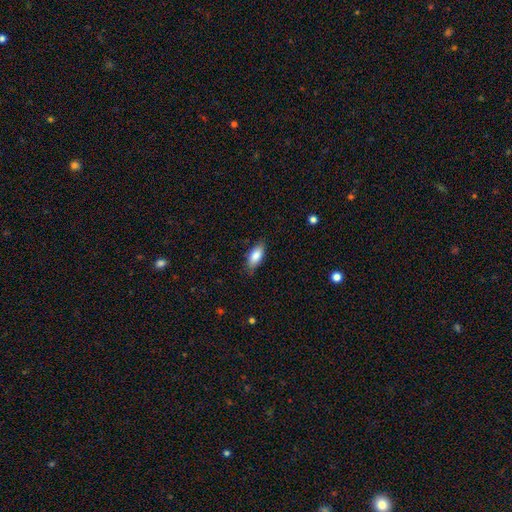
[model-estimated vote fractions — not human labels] smooth-or-featured: smooth: 84% | featured or disk: 10% | star or artifact: 6%
  how-rounded: in between: 85% | cigar-shaped: 12% | round: 2%
  merging: none: 80% | minor disturbance: 15% | major disturbance: 3% | merger: 1%